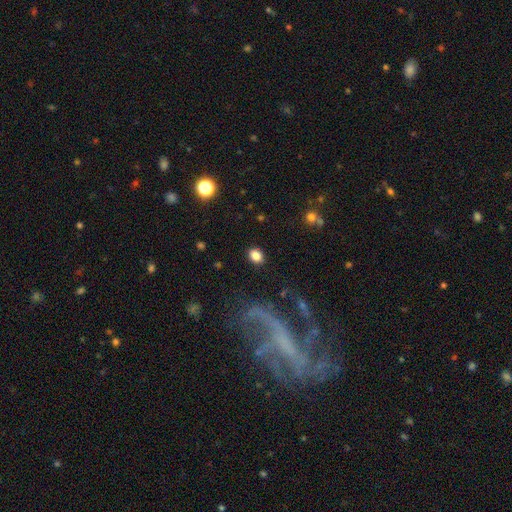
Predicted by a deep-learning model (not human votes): This is clearly a smooth galaxy (84%). How rounded: likely in between (62%). Merging: clearly none (88%).